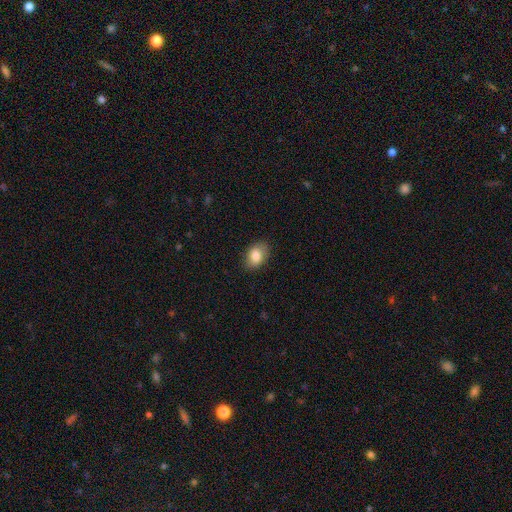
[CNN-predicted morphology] type=smooth (84%); roundness=in between (80%); merging=none (83%).